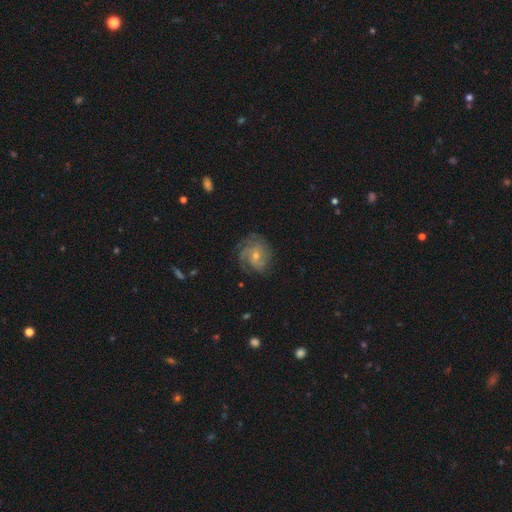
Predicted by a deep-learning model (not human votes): The model was most divided on "spiral arm count": can't tell: 30%, 3: 28%, 2: 16%, 4: 13%, 1: 7%, more than 4: 7%. More confident: edge-on disk — no (97%); spiral arms — yes (95%); smooth or featured — featured or disk (78%); merging — none (75%); bar — no (65%); spiral winding — tight (60%); bulge size — small (56%).